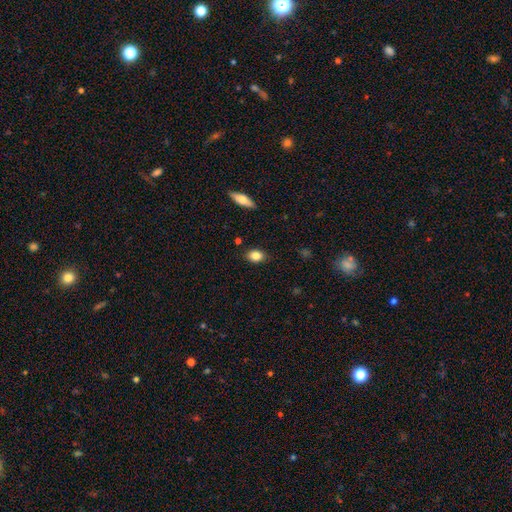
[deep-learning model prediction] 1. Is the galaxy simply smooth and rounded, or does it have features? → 83% smooth, 8% featured or disk, 8% star or artifact.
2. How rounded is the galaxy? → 75% in between, 23% round, 2% cigar-shaped.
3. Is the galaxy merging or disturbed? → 84% none, 12% minor disturbance, 2% major disturbance, 2% merger.